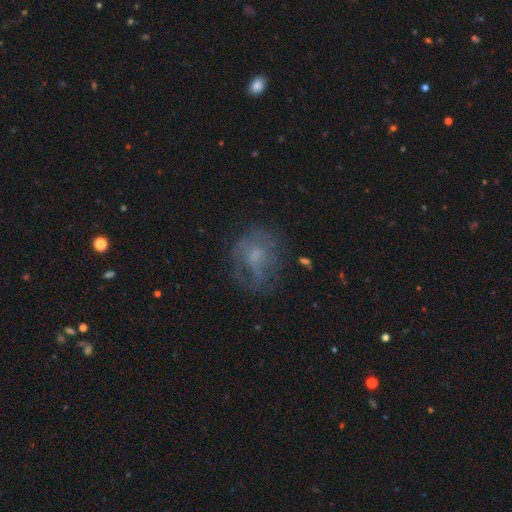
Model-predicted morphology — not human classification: This is possibly a featured or disk galaxy (49%). Merging: possibly none (57%).